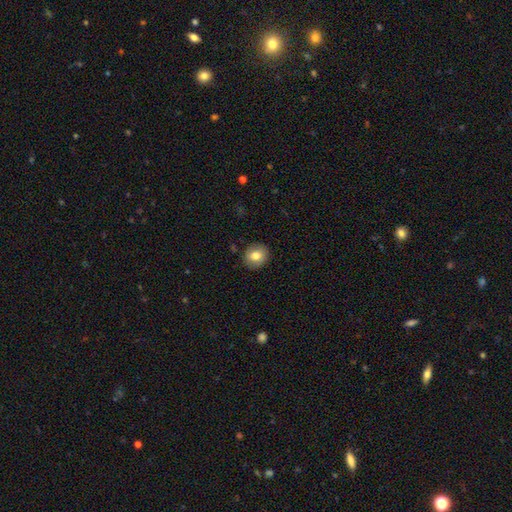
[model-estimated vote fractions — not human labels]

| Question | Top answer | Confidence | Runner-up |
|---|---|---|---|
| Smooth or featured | smooth | 79% | featured or disk (12%) |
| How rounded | round | 79% | in between (20%) |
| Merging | none | 89% | minor disturbance (8%) |